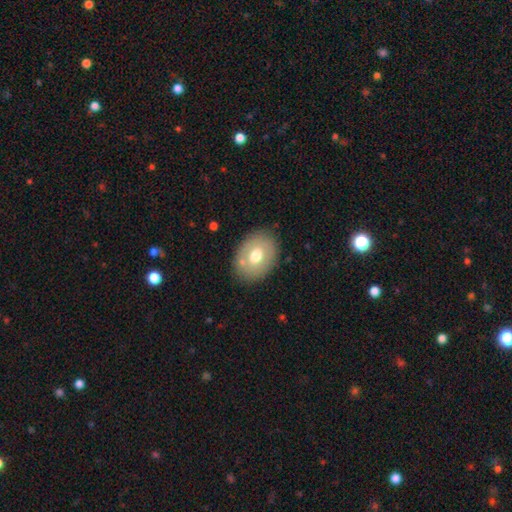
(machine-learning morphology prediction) Smooth or featured?
  - smooth: 66% *
  - featured or disk: 26%
  - star or artifact: 8%
How rounded?
  - in between: 66% *
  - round: 33%
  - cigar-shaped: 1%
Merging?
  - none: 80% *
  - minor disturbance: 12%
  - merger: 4%
  - major disturbance: 4%